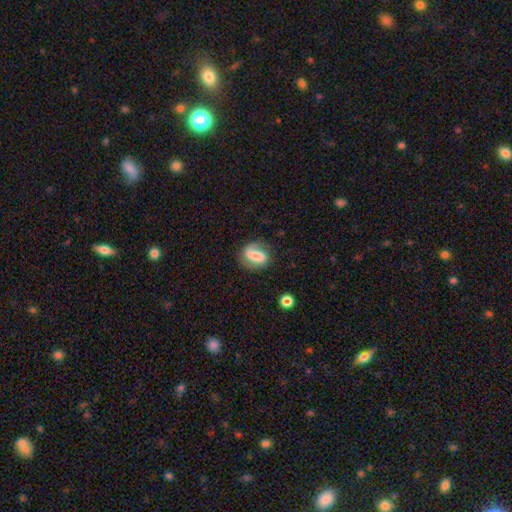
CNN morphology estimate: Overall: featured or disk (57%; smooth 35%). Edge-on disk: no (96%). Bar: strong (43%; weak 35%). Spiral arms: yes (86%). Bulge size: moderate (27%; small 25%). Merging: none (64%).